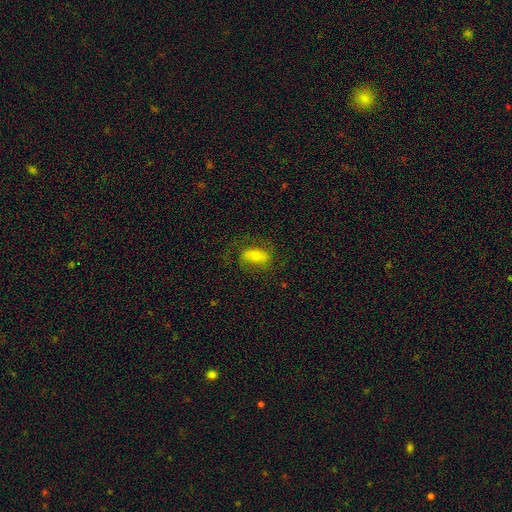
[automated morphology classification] This is possibly a smooth galaxy (50%). Merging: likely none (69%).